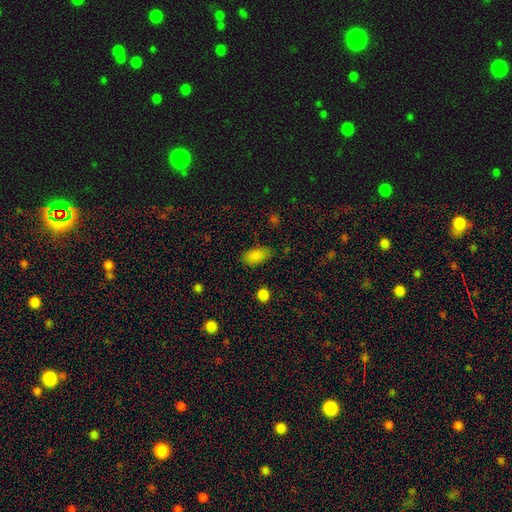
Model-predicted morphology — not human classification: A smooth galaxy with no disk features (85%) that is in between round and cigar-shaped (92%).

Vote fractions:
- Smooth or featured? smooth: 85% / star or artifact: 11% / featured or disk: 4%
- How rounded? in between: 92% / round: 5% / cigar-shaped: 3%
- Merging? none: 76% / minor disturbance: 17% / major disturbance: 4% / merger: 2%